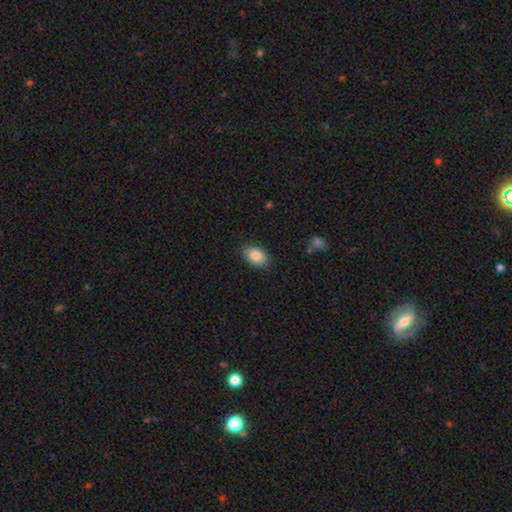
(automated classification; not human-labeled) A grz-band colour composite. It shows a smooth galaxy with no disk features (86%) that is in between round and cigar-shaped (85%). Merging: none (85%).